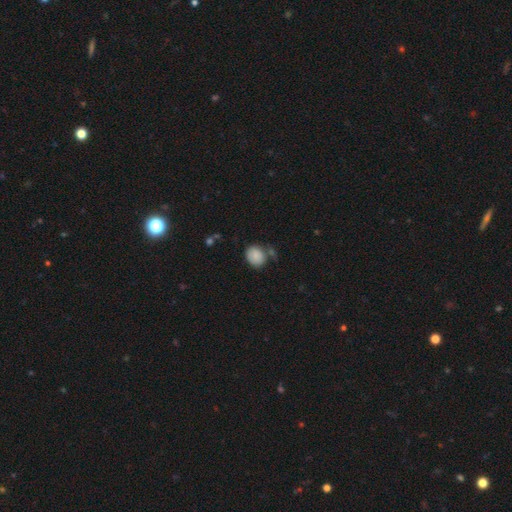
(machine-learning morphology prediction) This appears to be a smooth galaxy with no disk features (85%) that is round (60%). Merging: none (63%).